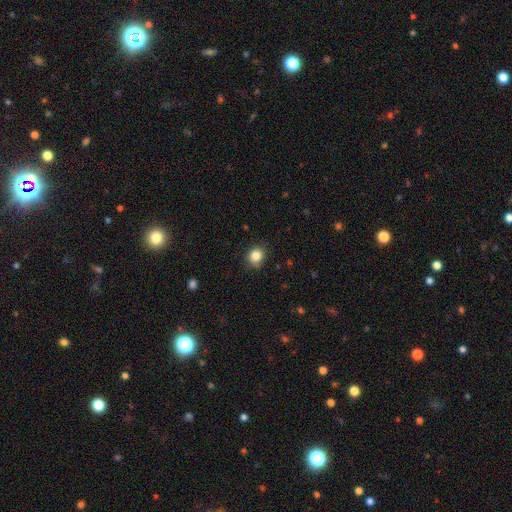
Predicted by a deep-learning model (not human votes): This appears to be a smooth galaxy with no disk features (85%) that is round (76%). Merging: none (83%).